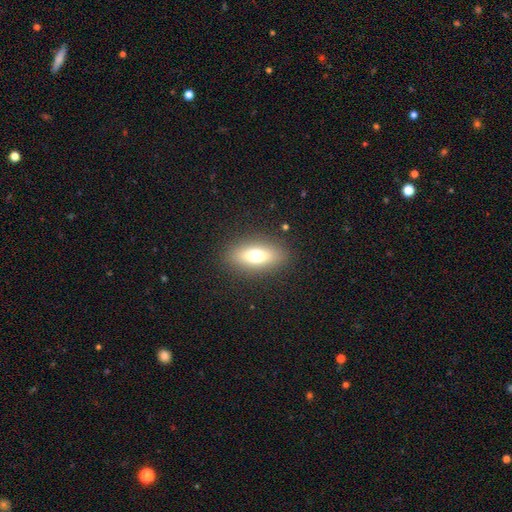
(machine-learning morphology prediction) A smooth galaxy with no disk features (67%) that is in between round and cigar-shaped (76%). Merging: none (87%).